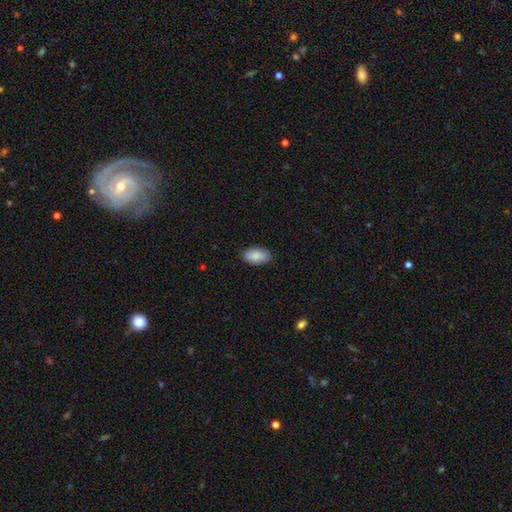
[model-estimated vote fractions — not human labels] Q: Smooth or featured?
A: smooth (88%); runner-up: featured or disk (6%)
Q: How rounded?
A: in between (94%); runner-up: round (3%)
Q: Merging?
A: none (86%); runner-up: minor disturbance (11%)